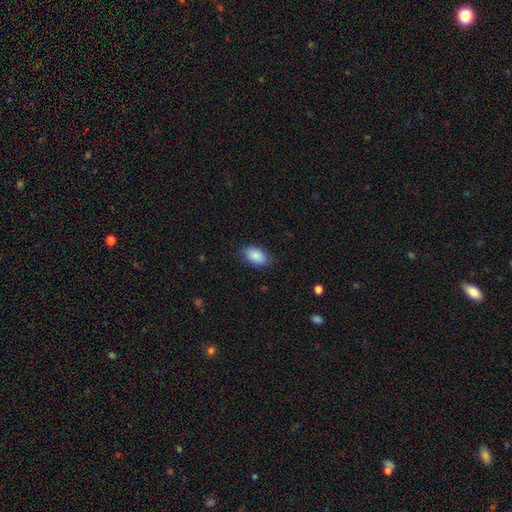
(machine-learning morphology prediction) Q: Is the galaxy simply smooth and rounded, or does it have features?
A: smooth — 88%.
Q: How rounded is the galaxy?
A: in between — 92%.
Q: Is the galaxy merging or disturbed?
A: none — 83%.